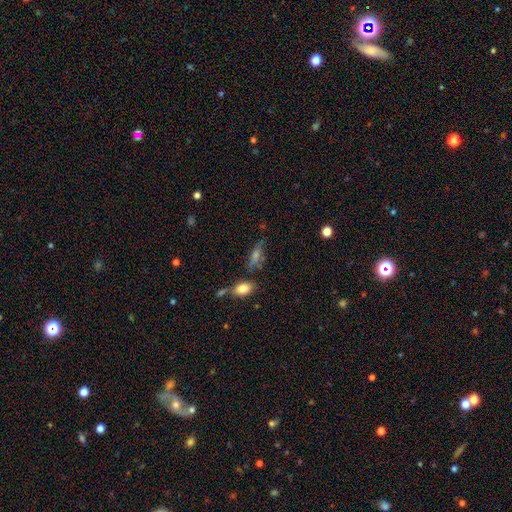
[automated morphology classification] type=smooth (50%); merging=none (60%).